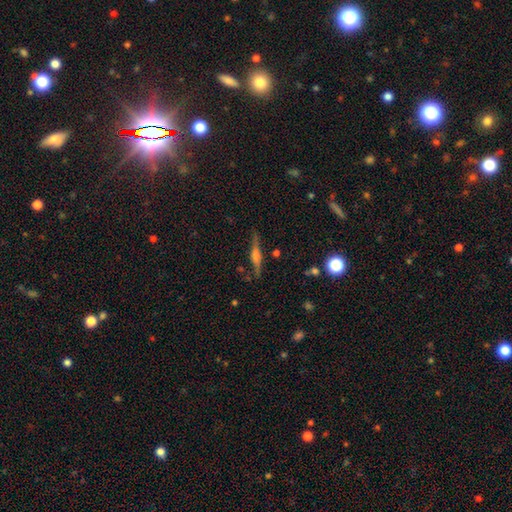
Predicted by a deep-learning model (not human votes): This appears to be a featured or disk galaxy (71%) viewed edge-on (96%) with a rounded central bulge (66%). Merging: none (84%).